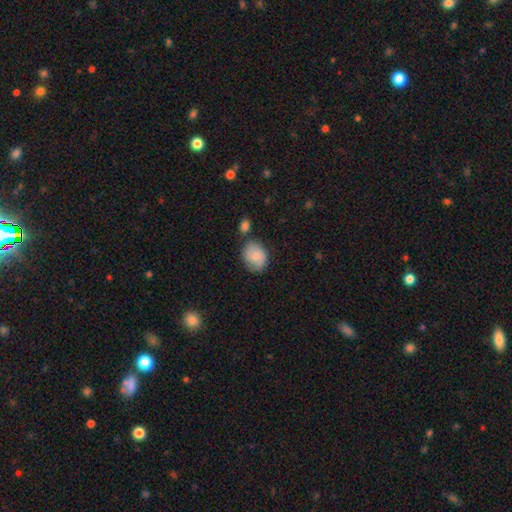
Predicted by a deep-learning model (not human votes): Smooth or featured? smooth (78%)
How rounded? round (57%)
Merging? none (60%)